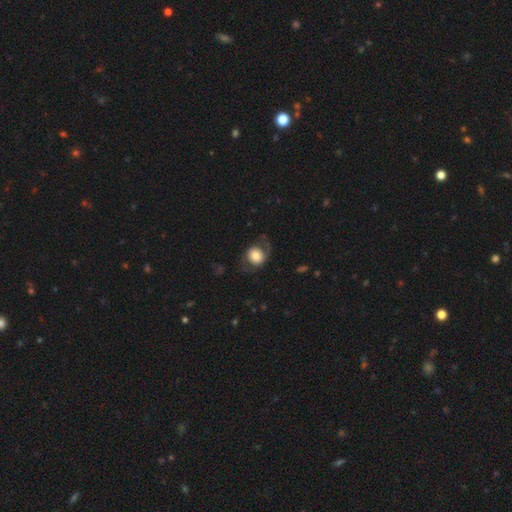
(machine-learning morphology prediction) The model was most divided on "smooth or featured": smooth: 58%, featured or disk: 35%, star or artifact: 7%. More confident: how rounded — round (70%); merging — none (62%).